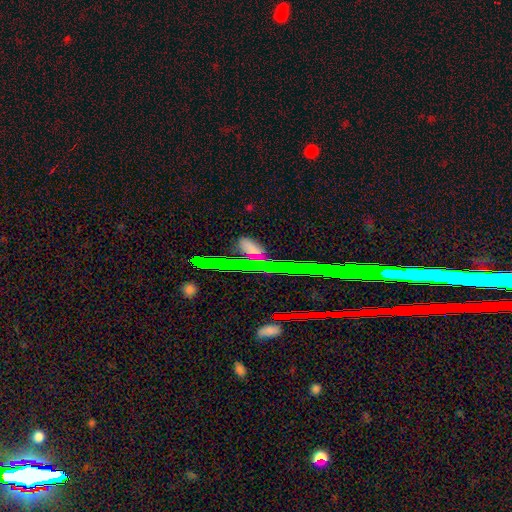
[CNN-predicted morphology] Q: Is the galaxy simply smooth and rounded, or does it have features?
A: star or artifact — 48%.